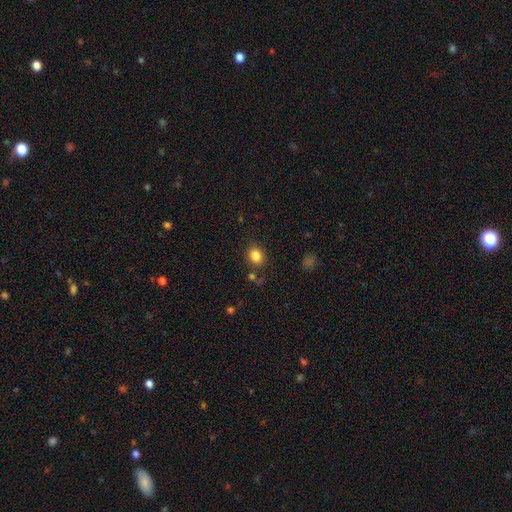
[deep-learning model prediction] Smooth or featured?
  - smooth: 84% *
  - star or artifact: 11%
  - featured or disk: 6%
How rounded?
  - round: 59% *
  - in between: 40%
  - cigar-shaped: 1%
Merging?
  - none: 81% *
  - minor disturbance: 11%
  - merger: 5%
  - major disturbance: 3%